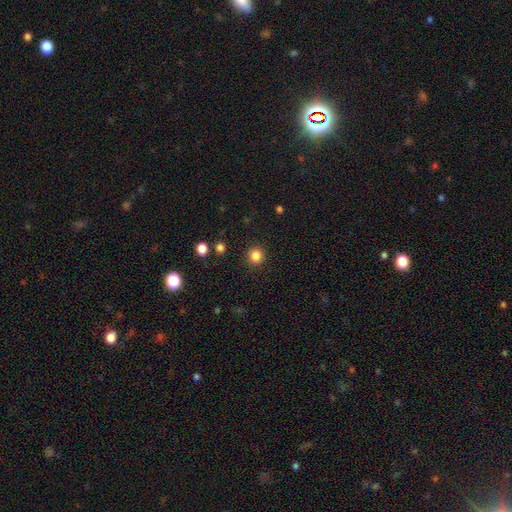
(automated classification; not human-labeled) Smooth or featured? smooth (84%)
How rounded? round (93%)
Merging? none (91%)